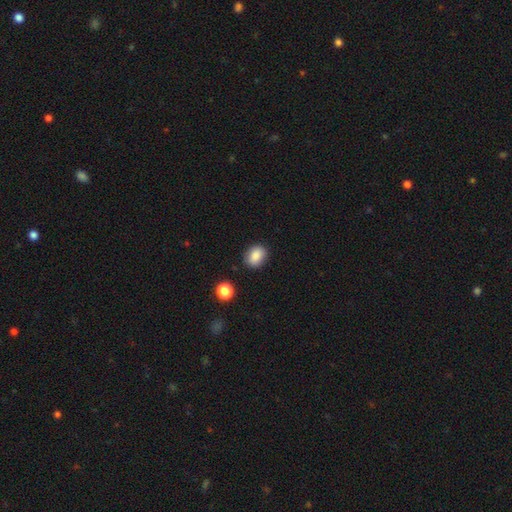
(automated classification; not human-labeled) This is clearly a smooth galaxy (86%). How rounded: possibly in between (60%). Merging: clearly none (85%).